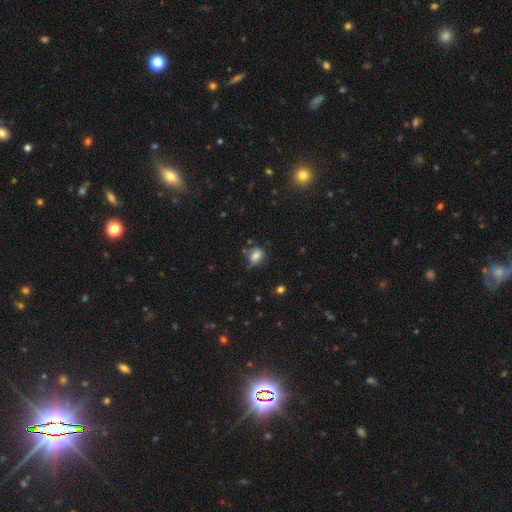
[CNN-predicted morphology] A smooth galaxy with no disk features (75%) that is round (50%).

Vote fractions:
- Smooth or featured? smooth: 75% / featured or disk: 12% / star or artifact: 12%
- How rounded? round: 50% / in between: 48% / cigar-shaped: 1%
- Merging? none: 54% / minor disturbance: 29% / major disturbance: 12% / merger: 6%